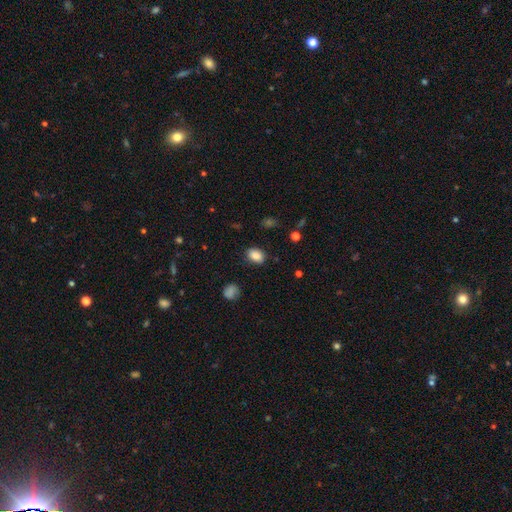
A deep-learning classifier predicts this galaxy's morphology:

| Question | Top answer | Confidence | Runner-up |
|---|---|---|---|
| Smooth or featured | smooth | 86% | star or artifact (9%) |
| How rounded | in between | 79% | round (20%) |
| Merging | none | 83% | minor disturbance (12%) |